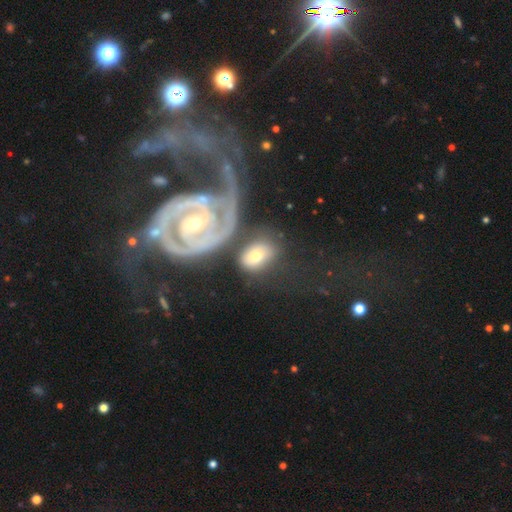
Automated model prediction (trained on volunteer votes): smooth 58%, featured or disk 33%, star or artifact 9%. Down the decision tree: how rounded — in between (65%); merging — none (60%).